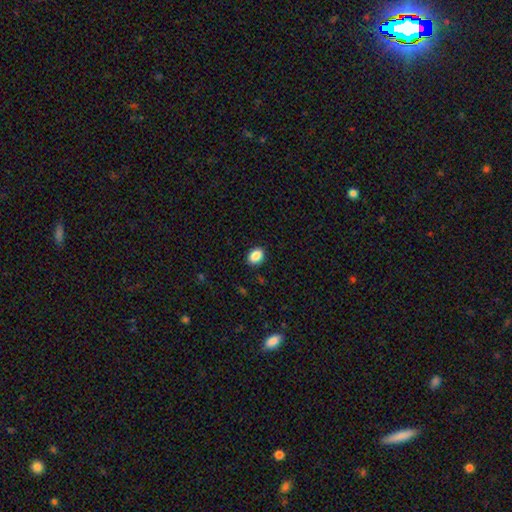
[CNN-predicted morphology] A smooth galaxy with no disk features (89%) that is in between round and cigar-shaped (71%). Merging: none (89%).